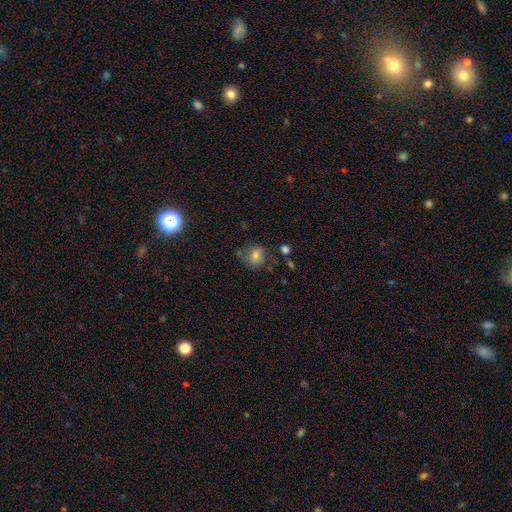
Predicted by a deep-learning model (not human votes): Overall: smooth (73%). How rounded: round (64%; in between 35%). Merging: none (59%; minor disturbance 23%).